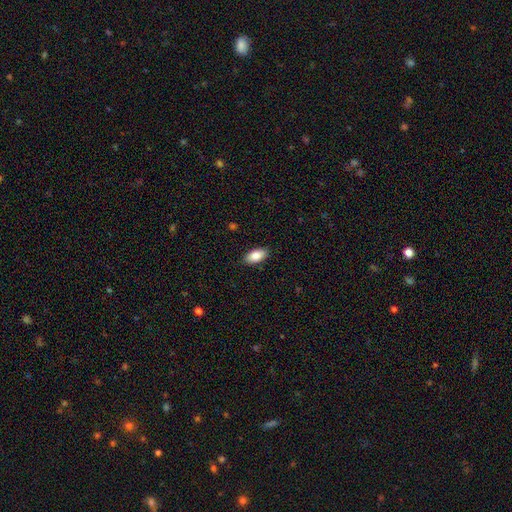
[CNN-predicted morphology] Q: Smooth or featured?
A: smooth (85%); runner-up: featured or disk (8%)
Q: How rounded?
A: in between (92%); runner-up: cigar-shaped (5%)
Q: Merging?
A: none (88%); runner-up: minor disturbance (9%)